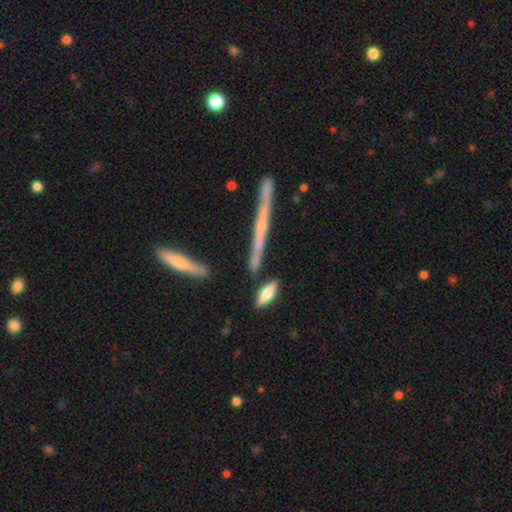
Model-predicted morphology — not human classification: type=featured or disk (61%); edge-on=yes (95%); edge-on bulge=rounded (50%); merging=none (77%).